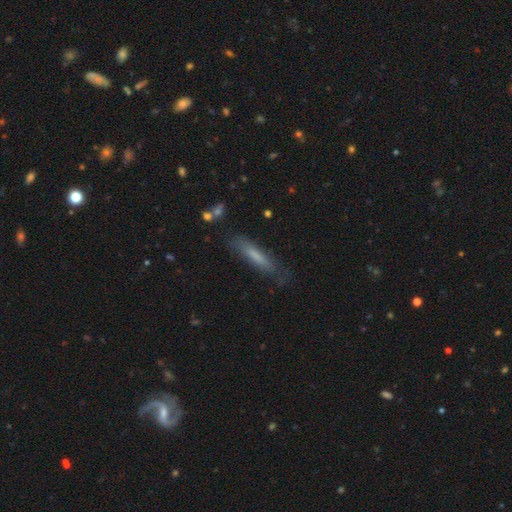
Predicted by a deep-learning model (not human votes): This is likely a smooth galaxy (66%). How rounded: clearly cigar-shaped (83%). Merging: likely none (74%).